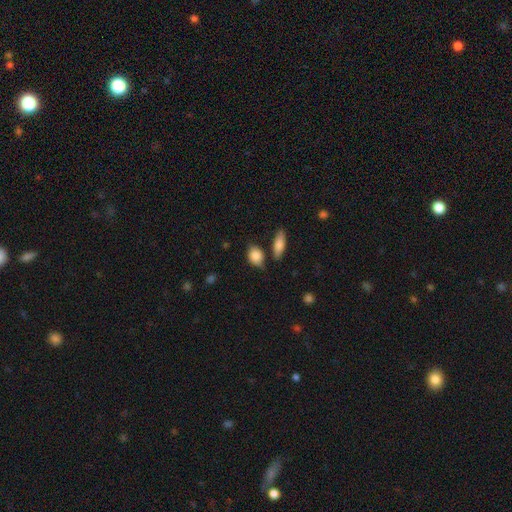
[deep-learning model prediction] A smooth galaxy with no disk features (85%) that is in between round and cigar-shaped (74%). Merging: none (65%).